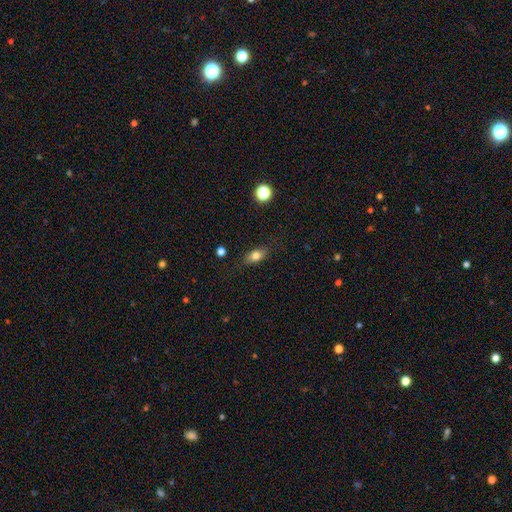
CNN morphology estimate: A smooth galaxy with no disk features (76%) that is in between round and cigar-shaped (80%).

Vote fractions:
- Smooth or featured? smooth: 76% / featured or disk: 14% / star or artifact: 9%
- How rounded? in between: 80% / round: 11% / cigar-shaped: 9%
- Merging? none: 82% / minor disturbance: 13% / major disturbance: 4% / merger: 1%